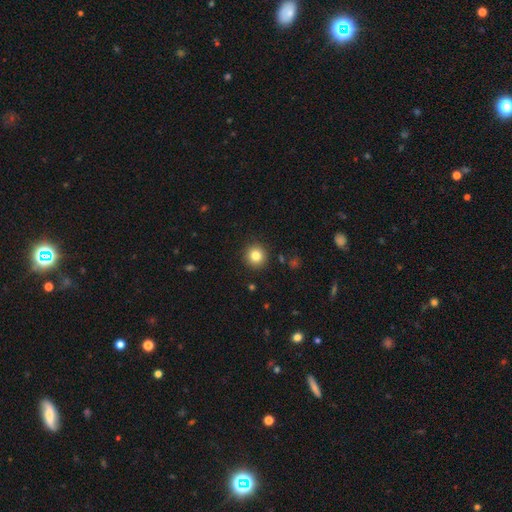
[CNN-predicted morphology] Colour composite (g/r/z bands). It shows a smooth galaxy with no disk features (82%) that is round (94%). Merging: none (91%).